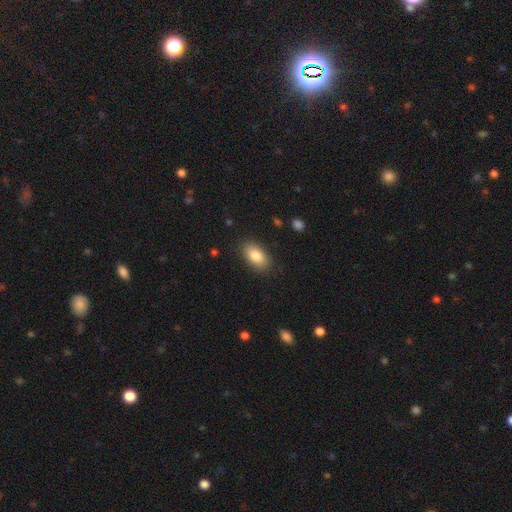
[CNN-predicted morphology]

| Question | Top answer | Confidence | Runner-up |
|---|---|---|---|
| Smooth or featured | smooth | 85% | featured or disk (8%) |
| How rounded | in between | 92% | round (5%) |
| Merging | none | 86% | minor disturbance (10%) |